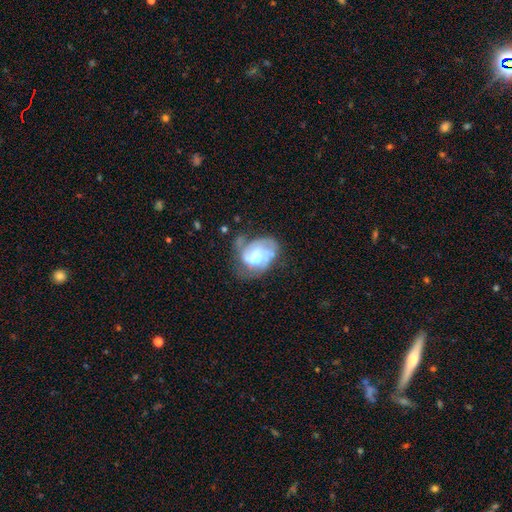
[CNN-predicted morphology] Smooth or featured? featured or disk (69%)
Edge-on disk? no (98%)
Bar? no (48%)
Spiral arms? yes (81%)
Spiral winding? tight (43%)
Spiral arm count? 2 (34%)
Bulge size? moderate (30%)
Merging? none (38%)